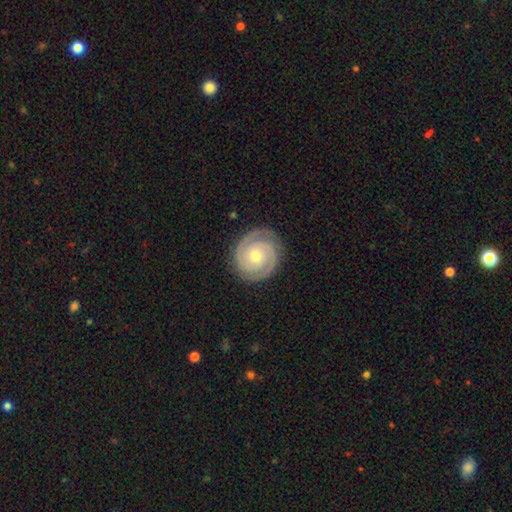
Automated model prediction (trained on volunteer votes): Morphology: type=featured or disk (88%); edge-on=no (98%); bar=no (73%); spiral arms=yes (98%); winding=tight (80%); arm count=2 (85%); bulge=moderate (57%); merging=none (88%).